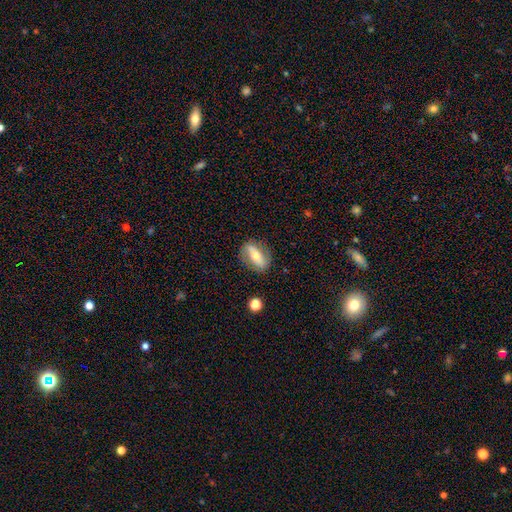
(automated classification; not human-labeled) A featured or disk galaxy (54%). Merging: none (80%).